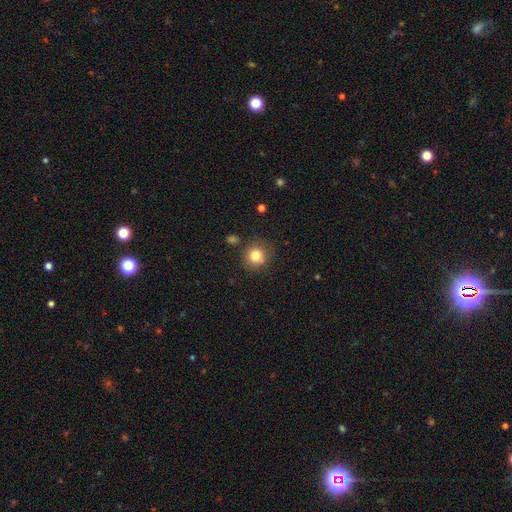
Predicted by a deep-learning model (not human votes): A smooth galaxy with no disk features (81%) that is round (88%). Merging: none (80%).